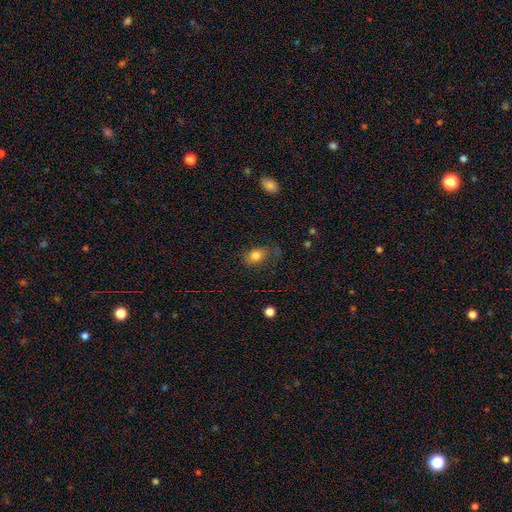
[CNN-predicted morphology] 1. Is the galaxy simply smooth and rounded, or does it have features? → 81% smooth, 10% star or artifact, 9% featured or disk.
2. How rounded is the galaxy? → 55% in between, 43% round, 1% cigar-shaped.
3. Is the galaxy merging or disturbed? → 59% none, 26% minor disturbance, 14% major disturbance, 2% merger.